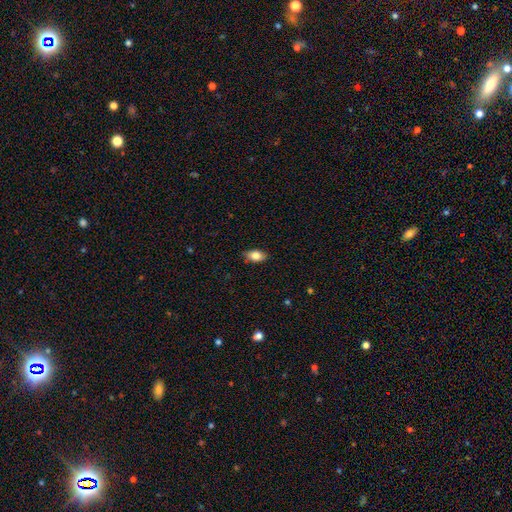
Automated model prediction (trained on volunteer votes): Overall: smooth (80%). How rounded: in between (89%). Merging: none (84%).